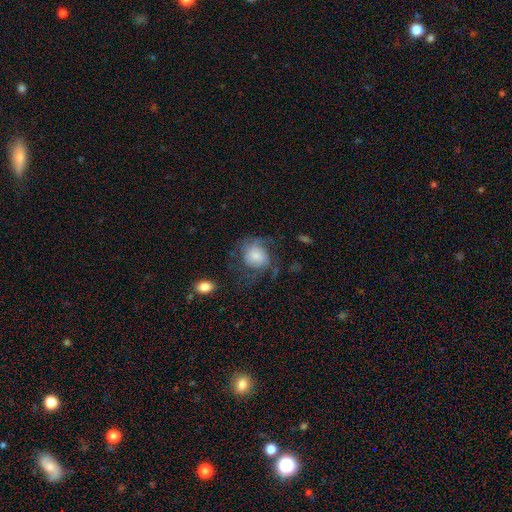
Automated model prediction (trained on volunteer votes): smooth 47%, featured or disk 45%, star or artifact 9%. Down the decision tree: merging — none (46%).